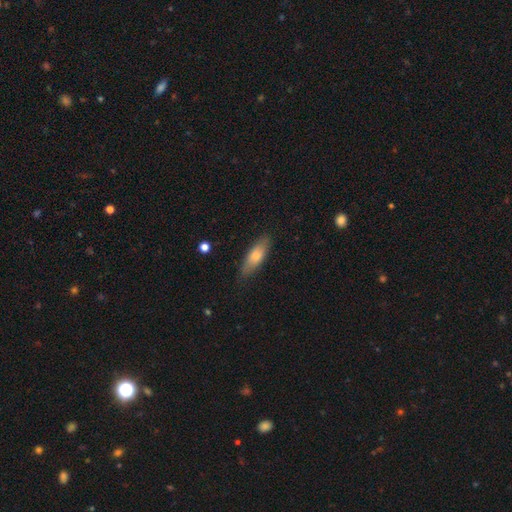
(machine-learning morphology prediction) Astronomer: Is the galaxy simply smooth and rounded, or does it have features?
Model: smooth — 74%.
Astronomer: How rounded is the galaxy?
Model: in between — 58% (runner-up: cigar-shaped, 40%).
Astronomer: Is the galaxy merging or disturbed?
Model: none — 79%.